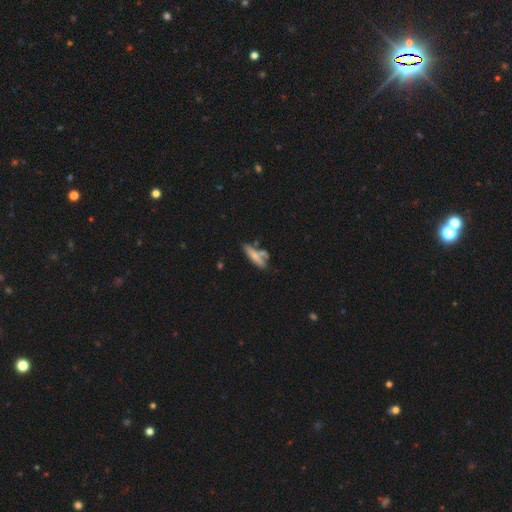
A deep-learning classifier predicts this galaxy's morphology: smooth 64%, featured or disk 28%, star or artifact 8%. Down the decision tree: how rounded — cigar-shaped (63%); merging — none (47%).